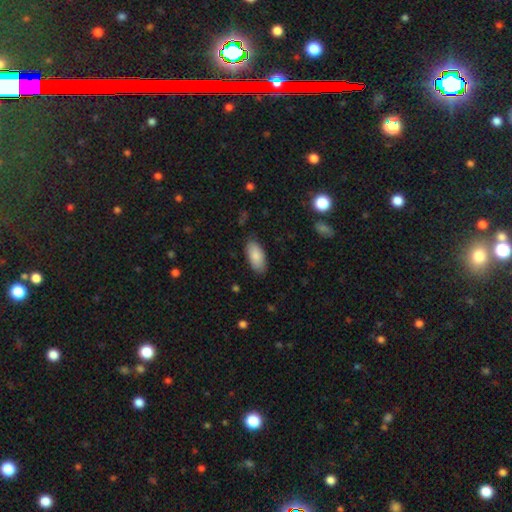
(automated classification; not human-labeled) Smooth or featured?
  - smooth: 86% *
  - featured or disk: 8%
  - star or artifact: 6%
How rounded?
  - in between: 93% *
  - cigar-shaped: 6%
  - round: 2%
Merging?
  - none: 84% *
  - minor disturbance: 12%
  - major disturbance: 3%
  - merger: 1%